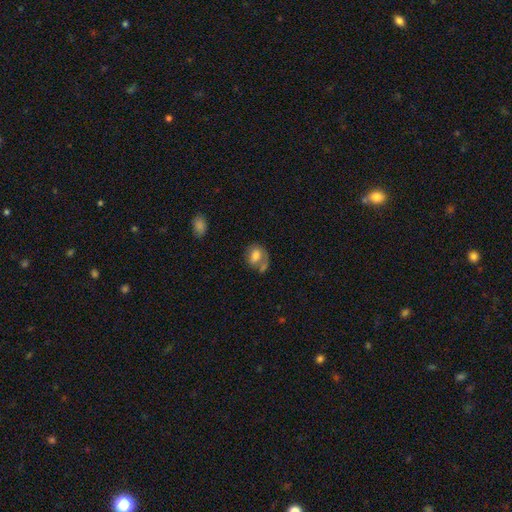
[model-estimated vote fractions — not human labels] A smooth galaxy with no disk features (64%) that is in between round and cigar-shaped (61%).

Vote fractions:
- Smooth or featured? smooth: 64% / featured or disk: 27% / star or artifact: 9%
- How rounded? in between: 61% / round: 37% / cigar-shaped: 2%
- Merging? none: 40% / merger: 22% / minor disturbance: 20% / major disturbance: 18%